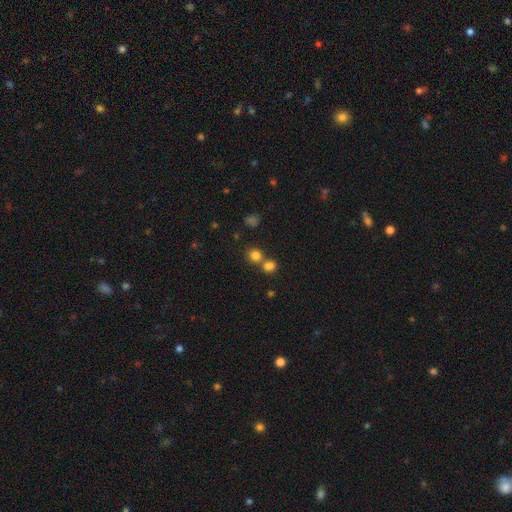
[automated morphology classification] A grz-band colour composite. It shows a smooth galaxy with no disk features (80%) that is round (84%). Merging: none (54%).